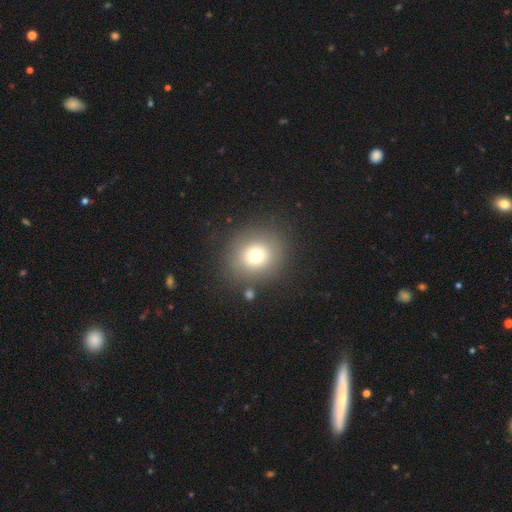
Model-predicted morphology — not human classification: smooth_or_featured: smooth (p=0.70) [alt: star or artifact p=0.15]
how_rounded: round (p=0.85) [alt: in between p=0.14]
merging: none (p=0.82) [alt: minor disturbance p=0.09]